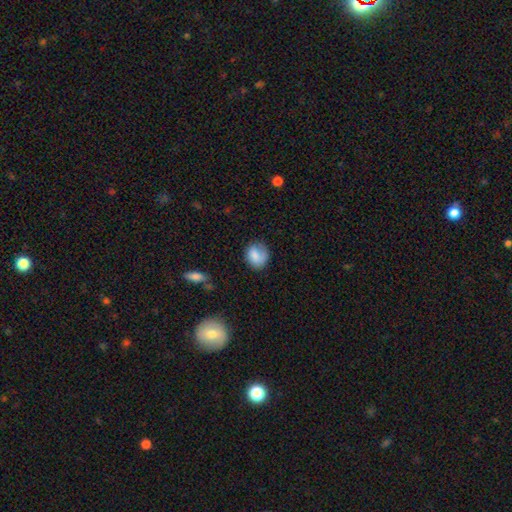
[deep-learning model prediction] Smooth or featured? Predicted: smooth (p=0.80). How rounded? Predicted: round (p=0.59). Merging? Predicted: none (p=0.62).